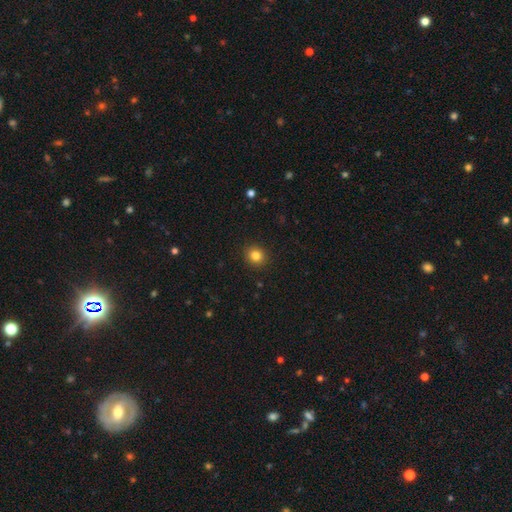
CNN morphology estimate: smooth-or-featured: smooth: 83% | star or artifact: 11% | featured or disk: 6%
  how-rounded: round: 83% | in between: 16% | cigar-shaped: 1%
  merging: none: 91% | minor disturbance: 6% | major disturbance: 2% | merger: 1%